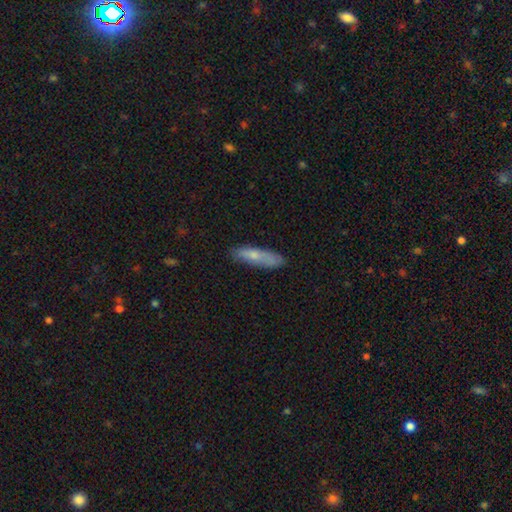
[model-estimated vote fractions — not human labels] Morphology: type=smooth (69%); roundness=cigar-shaped (70%); merging=none (78%).